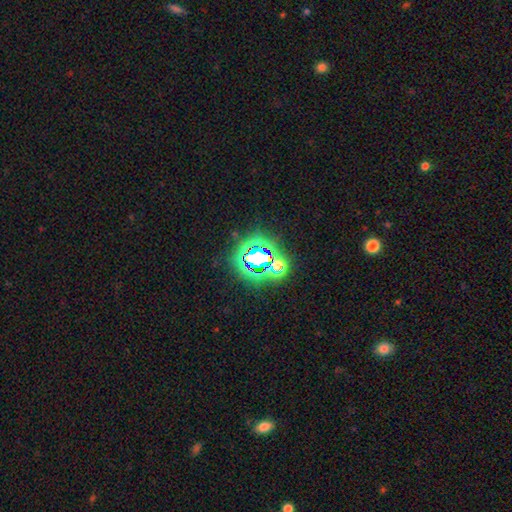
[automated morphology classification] Overall: star or artifact (76%).